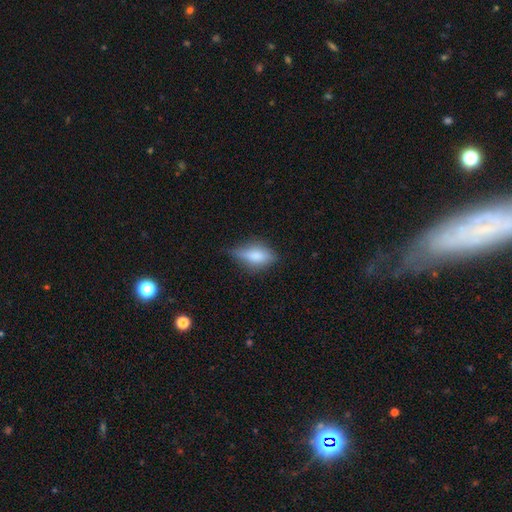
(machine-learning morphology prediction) Overall: smooth (67%). How rounded: in between (77%). Merging: none (58%; minor disturbance 31%).